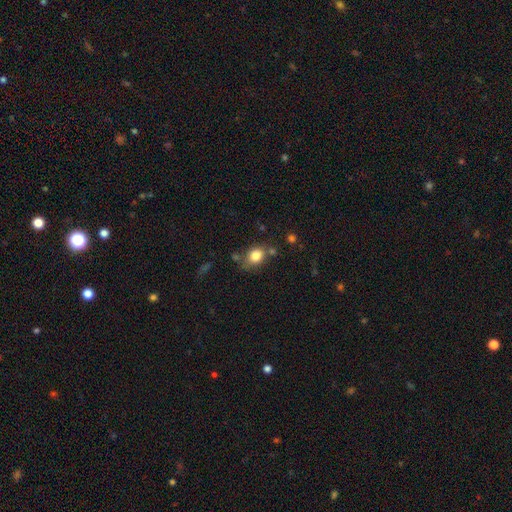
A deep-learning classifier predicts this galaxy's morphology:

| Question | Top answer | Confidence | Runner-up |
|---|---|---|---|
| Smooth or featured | smooth | 81% | star or artifact (10%) |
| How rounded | in between | 54% | round (45%) |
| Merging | none | 63% | minor disturbance (19%) |